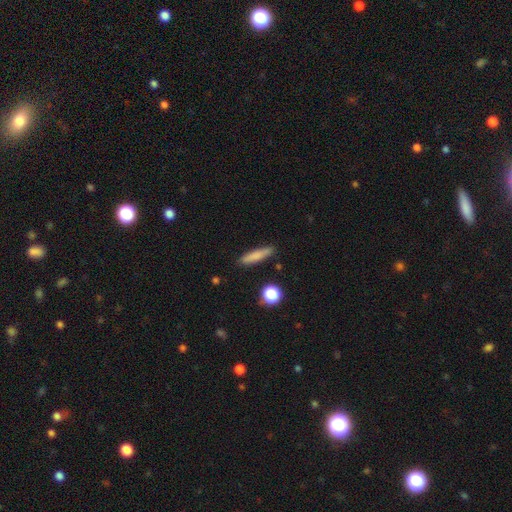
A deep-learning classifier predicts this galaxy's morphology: Smooth or featured: smooth — 78% (featured or disk — 14%)
How rounded: cigar-shaped — 84% (in between — 13%)
Merging: none — 87% (minor disturbance — 9%)